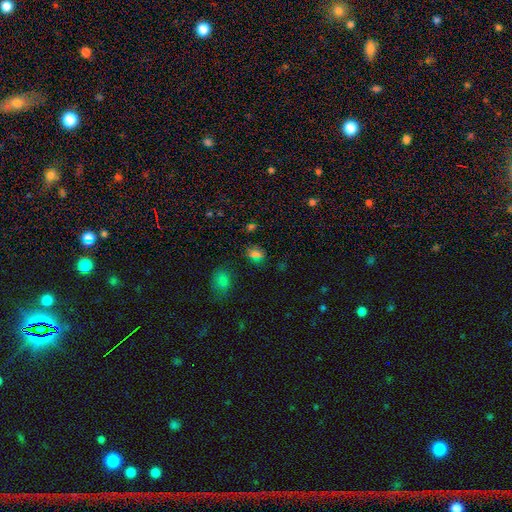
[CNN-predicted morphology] This appears to be a smooth galaxy with no disk features (64%) that is in between round and cigar-shaped (60%). Merging: none (81%).